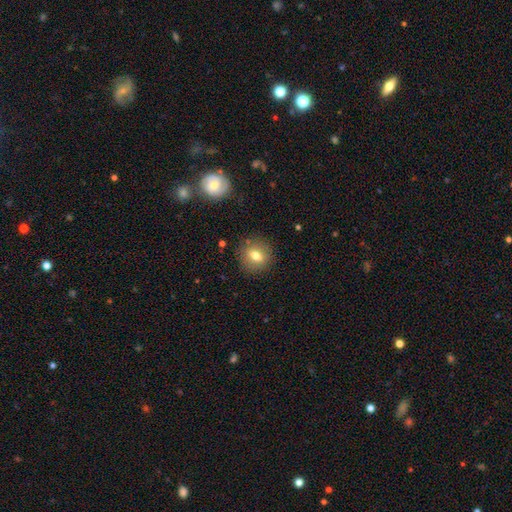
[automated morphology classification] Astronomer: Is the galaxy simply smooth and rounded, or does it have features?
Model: smooth — 72%.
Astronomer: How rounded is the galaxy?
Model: round — 76%.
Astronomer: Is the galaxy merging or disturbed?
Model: none — 87%.